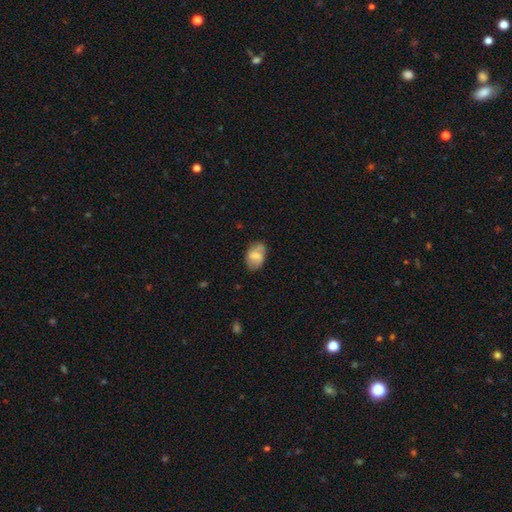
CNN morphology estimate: smooth 54%, featured or disk 39%, star or artifact 8%. Down the decision tree: how rounded — in between (83%); merging — none (67%).